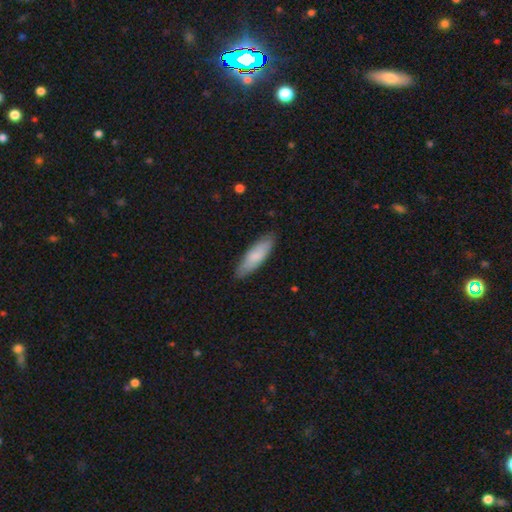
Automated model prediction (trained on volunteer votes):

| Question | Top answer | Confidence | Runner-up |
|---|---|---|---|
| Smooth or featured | smooth | 80% | featured or disk (15%) |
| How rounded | cigar-shaped | 55% | in between (44%) |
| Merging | none | 85% | minor disturbance (12%) |